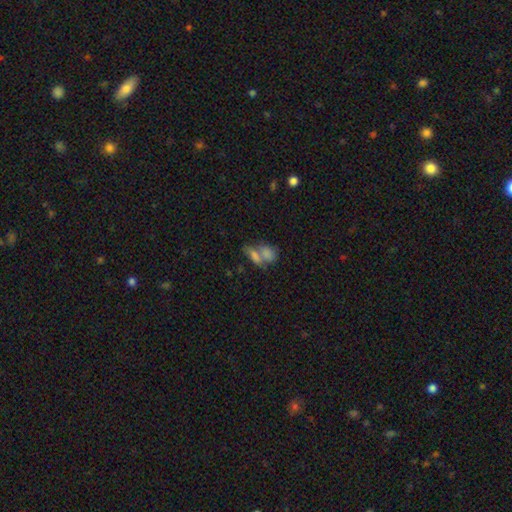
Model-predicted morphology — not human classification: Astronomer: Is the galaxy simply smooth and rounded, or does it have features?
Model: smooth — 73%.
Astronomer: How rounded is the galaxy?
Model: in between — 76%.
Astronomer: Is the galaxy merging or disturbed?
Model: merger — 61%.